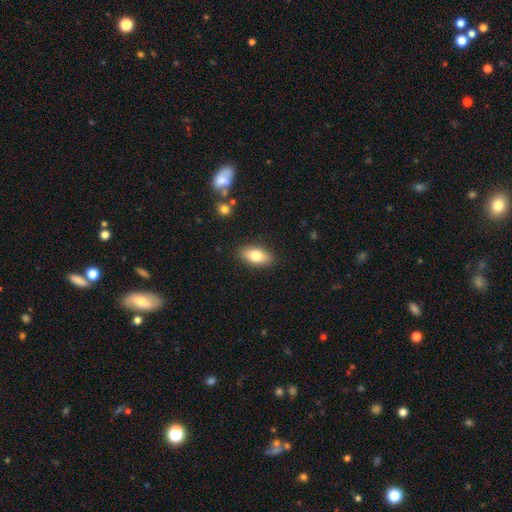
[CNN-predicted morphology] type=smooth (78%); roundness=in between (89%); merging=none (88%).